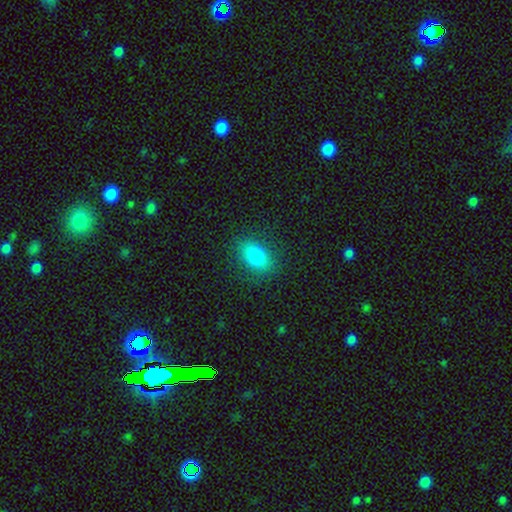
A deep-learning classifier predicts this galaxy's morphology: This is clearly a smooth galaxy (81%). How rounded: clearly in between (80%). Merging: clearly none (86%).